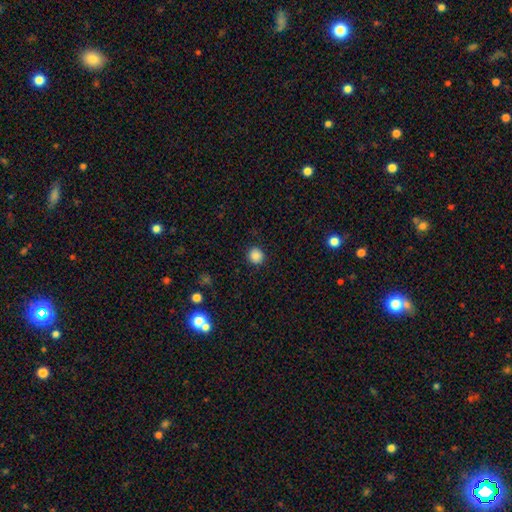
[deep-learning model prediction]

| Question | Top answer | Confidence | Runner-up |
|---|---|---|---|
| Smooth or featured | smooth | 86% | star or artifact (11%) |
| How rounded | round | 91% | in between (8%) |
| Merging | none | 91% | minor disturbance (6%) |